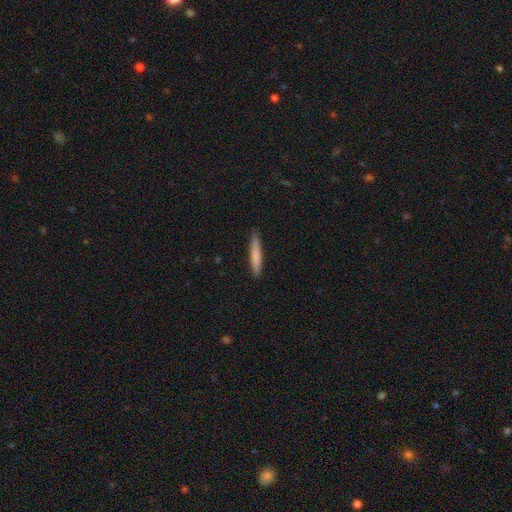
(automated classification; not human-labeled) smooth_or_featured: smooth (p=0.76) [alt: featured or disk p=0.18]
how_rounded: cigar-shaped (p=0.94) [alt: in between p=0.05]
merging: none (p=0.89) [alt: minor disturbance p=0.08]